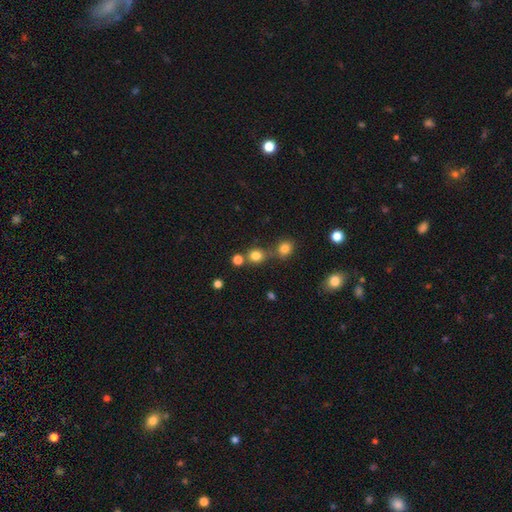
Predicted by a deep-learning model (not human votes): The model was most divided on "merging": none: 64%, merger: 23%, minor disturbance: 9%, major disturbance: 4%. More confident: how rounded — round (82%); smooth or featured — smooth (78%).